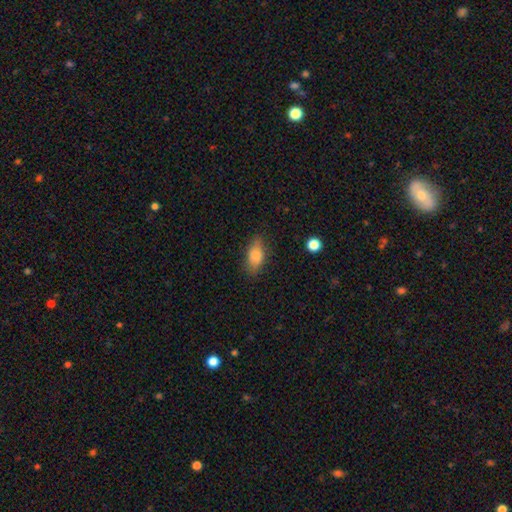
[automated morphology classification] type=smooth (79%); roundness=in between (82%); merging=none (80%).